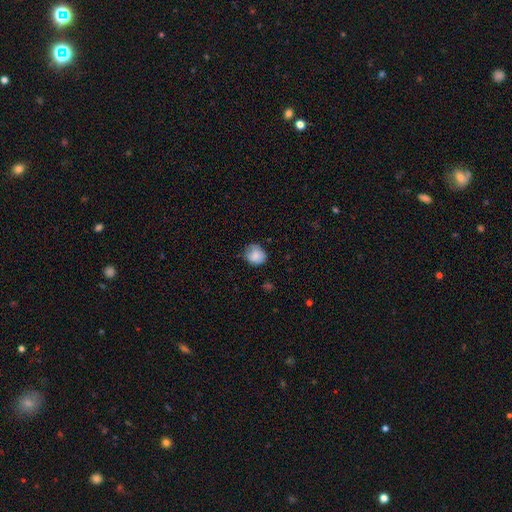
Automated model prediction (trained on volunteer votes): This is clearly a smooth galaxy (84%). How rounded: likely round (75%). Merging: likely none (67%).